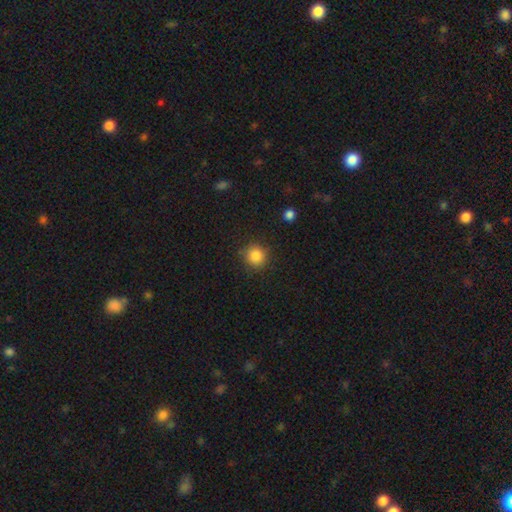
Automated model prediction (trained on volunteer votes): Morphology: type=smooth (86%); roundness=round (92%); merging=none (88%).